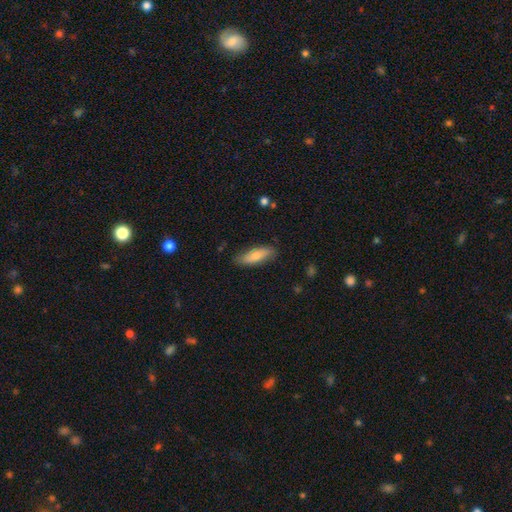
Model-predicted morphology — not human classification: The model was most divided on "how rounded": in between: 60%, cigar-shaped: 38%, round: 2%. More confident: merging — none (81%); smooth or featured — smooth (77%).